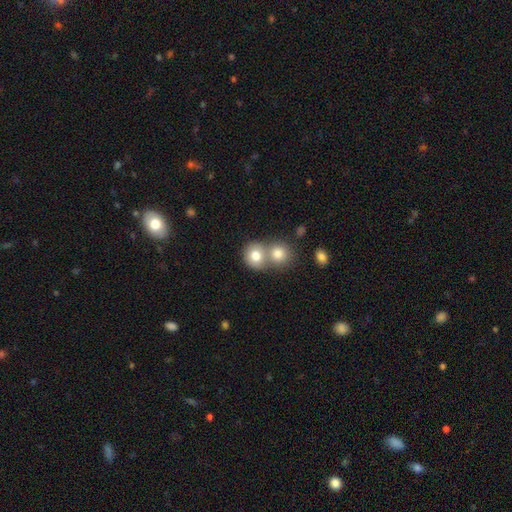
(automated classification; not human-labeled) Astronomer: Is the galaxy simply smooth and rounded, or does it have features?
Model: smooth — 78%.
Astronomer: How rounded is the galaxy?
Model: round — 80%.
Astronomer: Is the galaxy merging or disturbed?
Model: merger — 55% (runner-up: none, 37%).